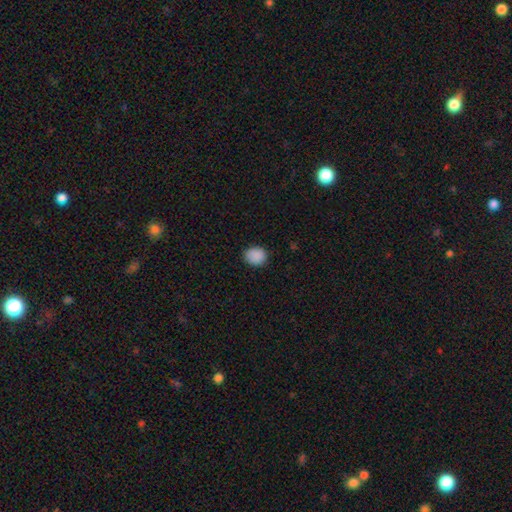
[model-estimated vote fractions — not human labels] A smooth galaxy with no disk features (88%) that is round (74%).

Vote fractions:
- Smooth or featured? smooth: 88% / star or artifact: 9% / featured or disk: 3%
- How rounded? round: 74% / in between: 25% / cigar-shaped: 1%
- Merging? none: 86% / minor disturbance: 11% / major disturbance: 2% / merger: 1%